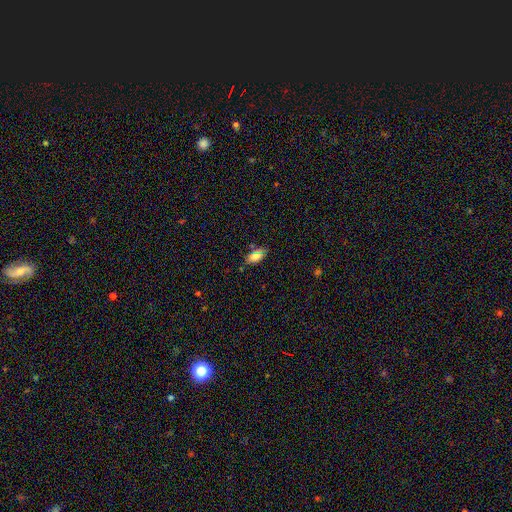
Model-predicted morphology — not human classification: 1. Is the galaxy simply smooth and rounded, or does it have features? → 79% smooth, 11% featured or disk, 10% star or artifact.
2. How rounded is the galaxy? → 88% in between, 8% cigar-shaped, 4% round.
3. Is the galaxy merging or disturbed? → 78% none, 15% minor disturbance, 4% merger, 3% major disturbance.